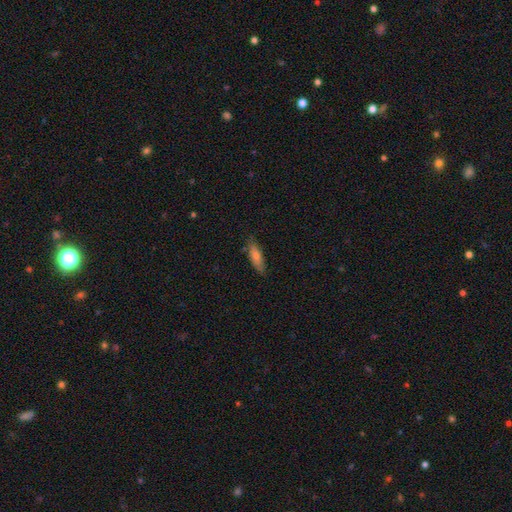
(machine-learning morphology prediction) The model was most divided on "how rounded": cigar-shaped: 58%, in between: 40%, round: 2%. More confident: merging — none (82%); smooth or featured — smooth (67%).